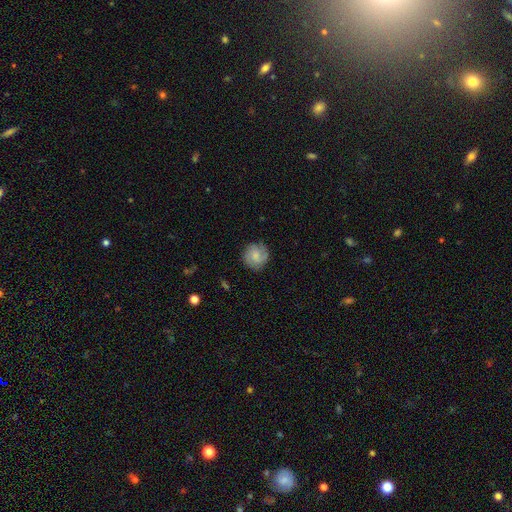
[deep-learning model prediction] Q: Smooth or featured?
A: smooth (61%); runner-up: featured or disk (32%)
Q: How rounded?
A: round (90%); runner-up: in between (9%)
Q: Merging?
A: none (81%); runner-up: minor disturbance (14%)